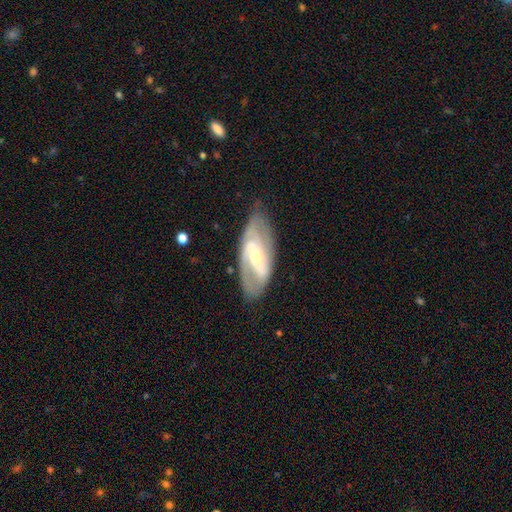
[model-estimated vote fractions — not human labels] Morphology: type=featured or disk (81%); edge-on=no (92%); bar=no (44%); spiral arms=yes (92%); winding=medium (44%); arm count=2 (57%); bulge=moderate (54%); merging=none (73%).